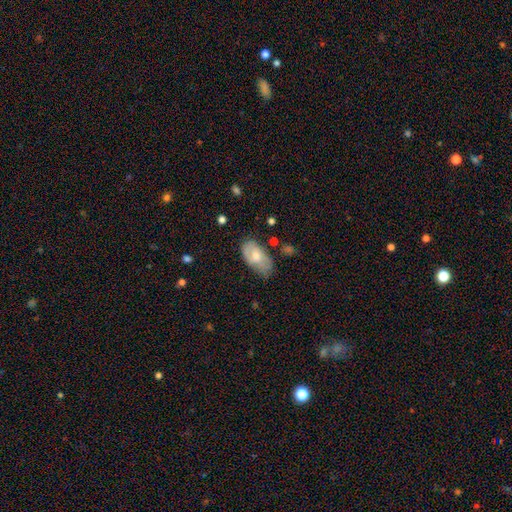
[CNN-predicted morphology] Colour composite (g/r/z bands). It shows a smooth galaxy with no disk features (59%) that is in between round and cigar-shaped (93%). Merging: none (54%).